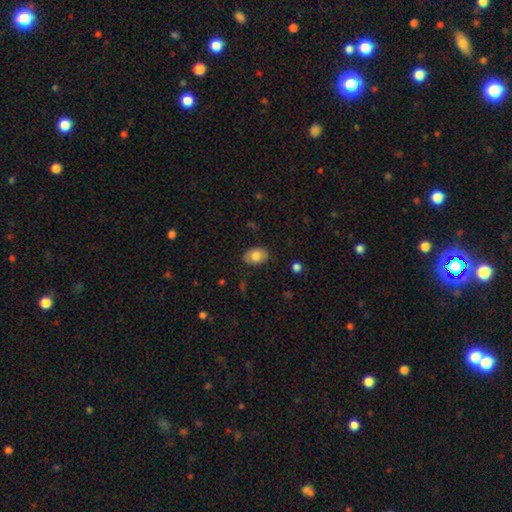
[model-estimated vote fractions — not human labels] smooth-or-featured: smooth: 81% | featured or disk: 12% | star or artifact: 7%
  how-rounded: in between: 78% | round: 21% | cigar-shaped: 1%
  merging: none: 85% | minor disturbance: 11% | major disturbance: 2% | merger: 1%